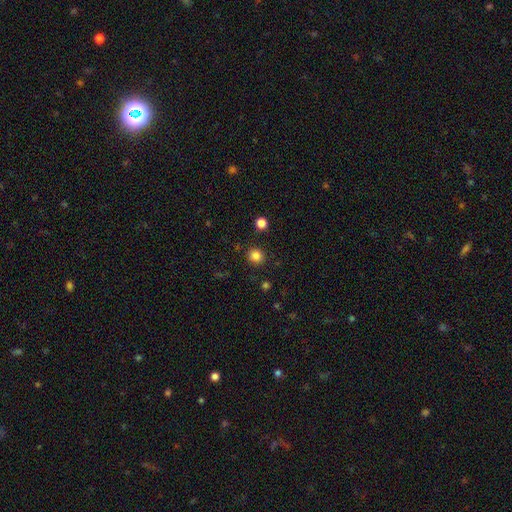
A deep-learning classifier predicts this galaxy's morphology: A smooth galaxy with no disk features (84%) that is round (89%).

Vote fractions:
- Smooth or featured? smooth: 84% / star or artifact: 12% / featured or disk: 4%
- How rounded? round: 89% / in between: 10% / cigar-shaped: 1%
- Merging? none: 89% / minor disturbance: 6% / major disturbance: 2% / merger: 2%